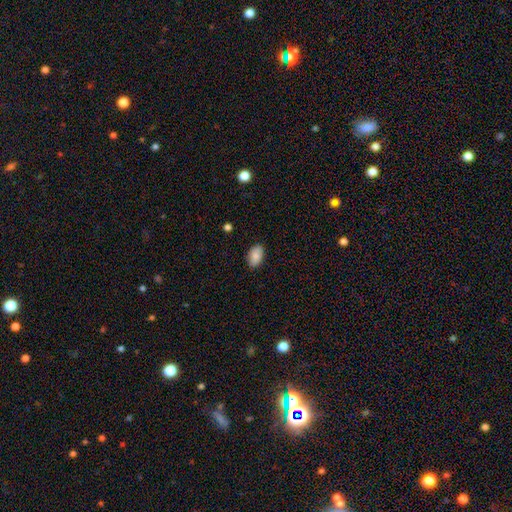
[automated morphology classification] smooth-or-featured: smooth: 86% | star or artifact: 7% | featured or disk: 7%
  how-rounded: in between: 92% | round: 6% | cigar-shaped: 1%
  merging: none: 87% | minor disturbance: 10% | major disturbance: 2% | merger: 1%